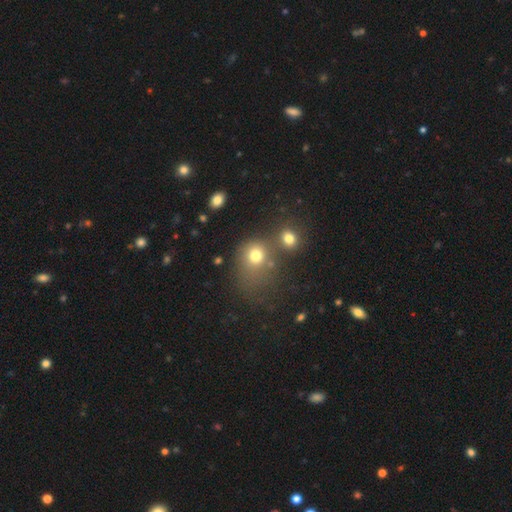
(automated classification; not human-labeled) Q: Smooth or featured?
A: smooth (73%); runner-up: star or artifact (16%)
Q: How rounded?
A: round (67%); runner-up: in between (32%)
Q: Merging?
A: none (41%); runner-up: merger (35%)